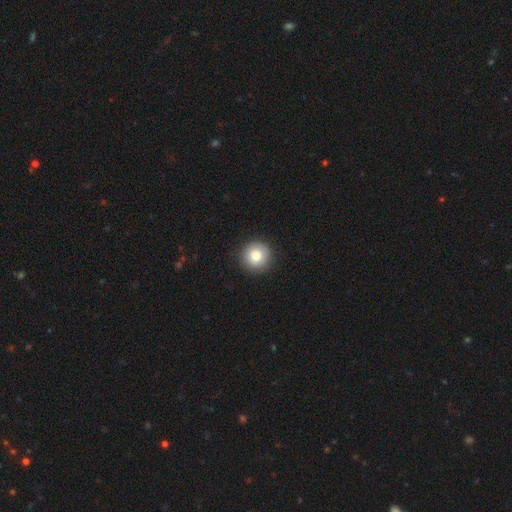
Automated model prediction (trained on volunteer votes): A smooth galaxy with no disk features (83%) that is round (96%). Merging: none (92%).